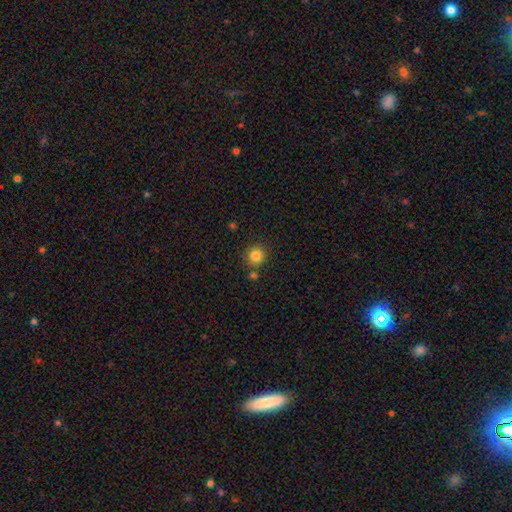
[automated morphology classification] This is clearly a smooth galaxy (84%). How rounded: clearly round (92%). Merging: clearly none (81%).